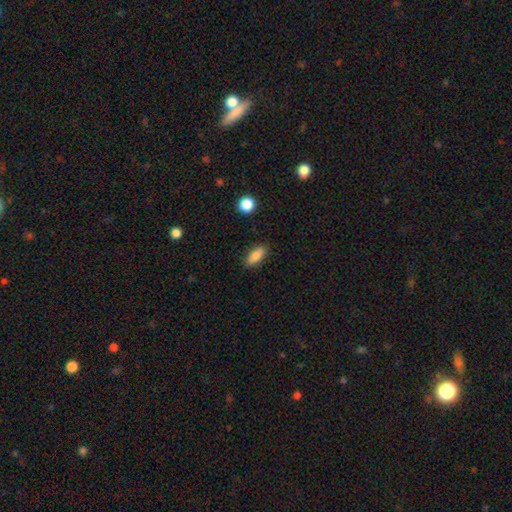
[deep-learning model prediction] Smooth or featured? Predicted: smooth (p=0.85). How rounded? Predicted: in between (p=0.75). Merging? Predicted: none (p=0.86).